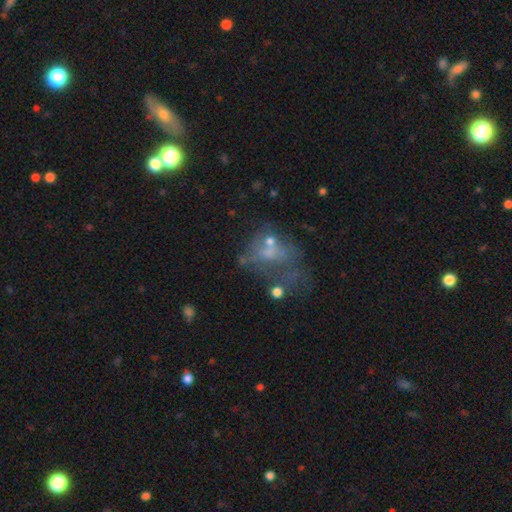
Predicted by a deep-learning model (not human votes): A featured or disk galaxy (41%).

Vote fractions:
- Smooth or featured? featured or disk: 41% / smooth: 37% / star or artifact: 21%
- Merging? major disturbance: 38% / none: 24% / merger: 23% / minor disturbance: 15%